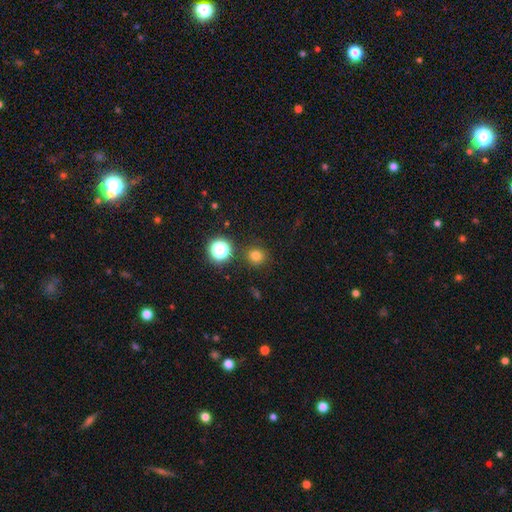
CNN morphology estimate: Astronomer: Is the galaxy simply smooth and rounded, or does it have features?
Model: smooth — 76%.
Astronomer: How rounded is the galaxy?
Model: round — 91%.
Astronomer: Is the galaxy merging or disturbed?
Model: none — 88%.